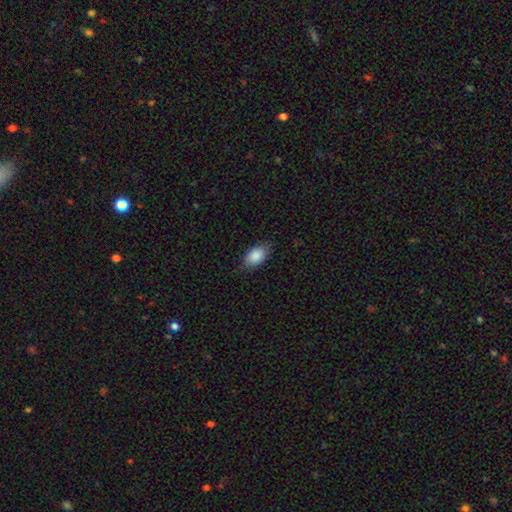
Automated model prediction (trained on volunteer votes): A smooth galaxy with no disk features (88%) that is in between round and cigar-shaped (91%).

Vote fractions:
- Smooth or featured? smooth: 88% / star or artifact: 7% / featured or disk: 6%
- How rounded? in between: 91% / round: 6% / cigar-shaped: 3%
- Merging? none: 80% / minor disturbance: 16% / major disturbance: 3% / merger: 1%